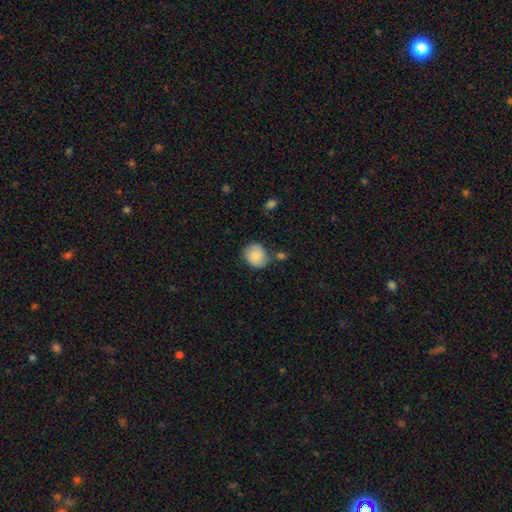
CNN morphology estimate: This is clearly a smooth galaxy (83%). How rounded: likely round (76%). Merging: likely none (69%).